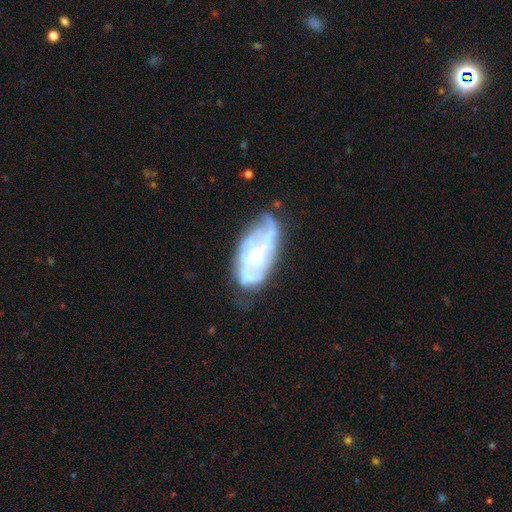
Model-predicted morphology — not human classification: This is likely a featured or disk galaxy (72%). It is clearly not viewed edge-on (94%). Bar: likely no (76%). Spiral arm pattern: possibly no (52%). Central bulge: marginally small (38%). Merging: possibly none (49%).